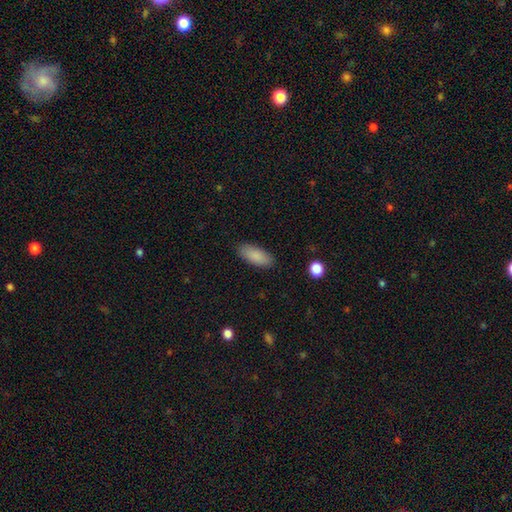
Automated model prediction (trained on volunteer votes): smooth-or-featured: smooth: 88% | star or artifact: 6% | featured or disk: 6%
  how-rounded: in between: 81% | cigar-shaped: 17% | round: 2%
  merging: none: 88% | minor disturbance: 9% | major disturbance: 2% | merger: 1%